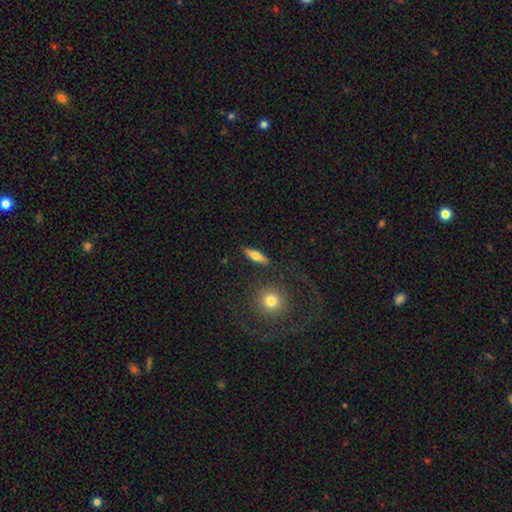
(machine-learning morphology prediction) Smooth or featured: smooth — 51% (featured or disk — 41%)
How rounded: cigar-shaped — 60% (in between — 35%)
Merging: none — 87% (minor disturbance — 8%)